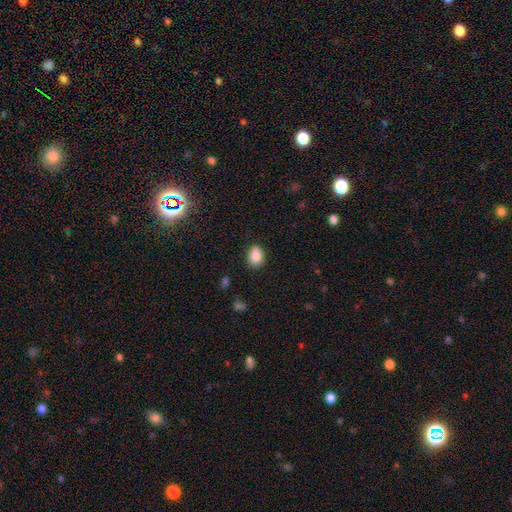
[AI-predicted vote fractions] Overall: smooth (87%). How rounded: in between (75%). Merging: none (84%).